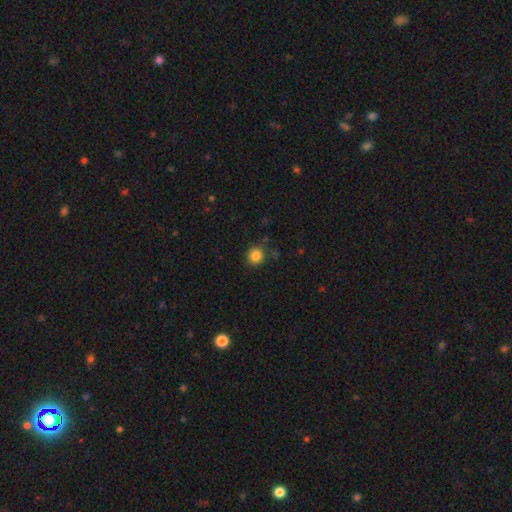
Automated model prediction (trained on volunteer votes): A smooth galaxy with no disk features (85%) that is round (91%). Merging: none (86%).